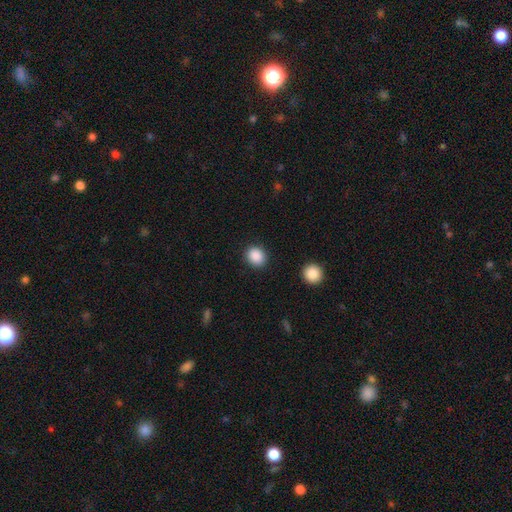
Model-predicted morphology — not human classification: A smooth galaxy with no disk features (89%) that is round (71%). Merging: none (89%).